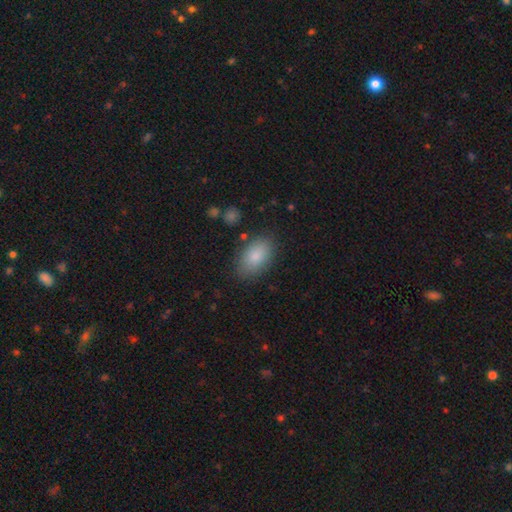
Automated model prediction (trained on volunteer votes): smooth 85%, featured or disk 8%, star or artifact 7%. Down the decision tree: how rounded — in between (92%); merging — none (82%).